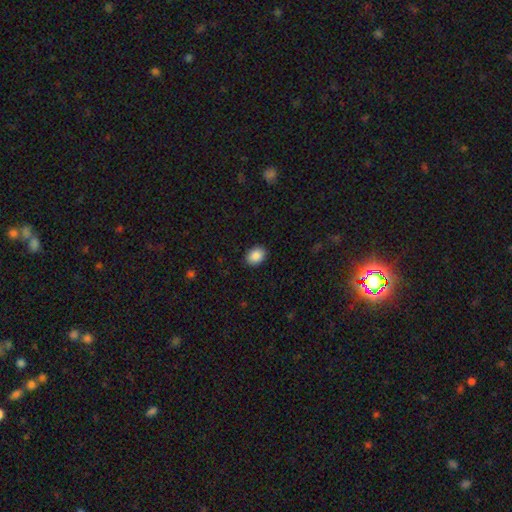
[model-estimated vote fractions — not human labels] Smooth or featured? smooth (88%)
How rounded? in between (65%)
Merging? none (90%)